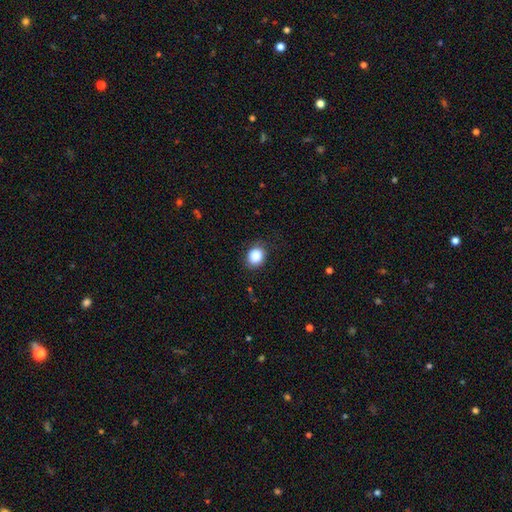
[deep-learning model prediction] smooth-or-featured: smooth: 87% | star or artifact: 8% | featured or disk: 4%
  how-rounded: round: 61% | in between: 38% | cigar-shaped: 1%
  merging: none: 81% | minor disturbance: 14% | major disturbance: 4% | merger: 1%